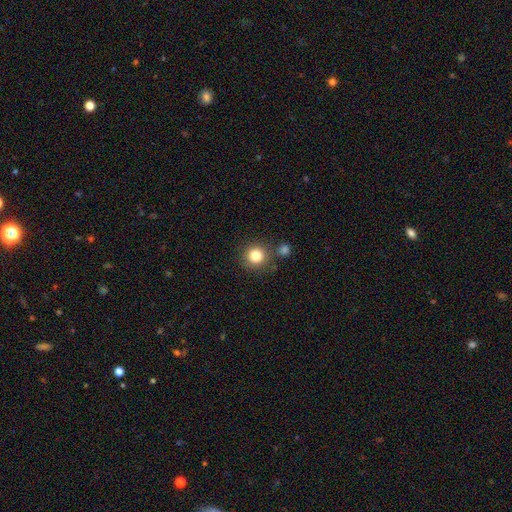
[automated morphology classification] A smooth galaxy with no disk features (82%) that is round (93%). Merging: none (79%).